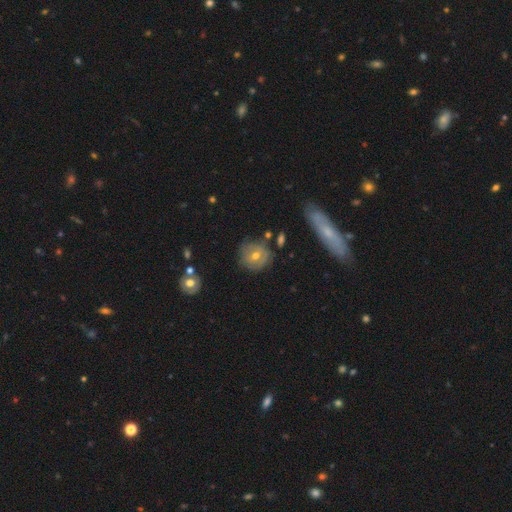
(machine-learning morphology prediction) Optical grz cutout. It shows a smooth galaxy with no disk features (46%). Merging: none (75%).